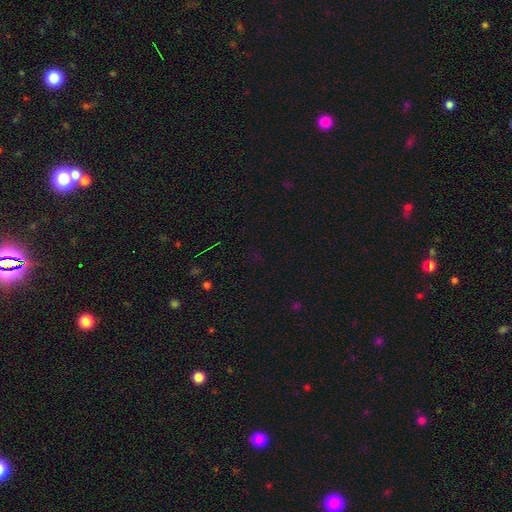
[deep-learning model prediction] Q: Smooth or featured?
A: star or artifact (74%); runner-up: smooth (18%)